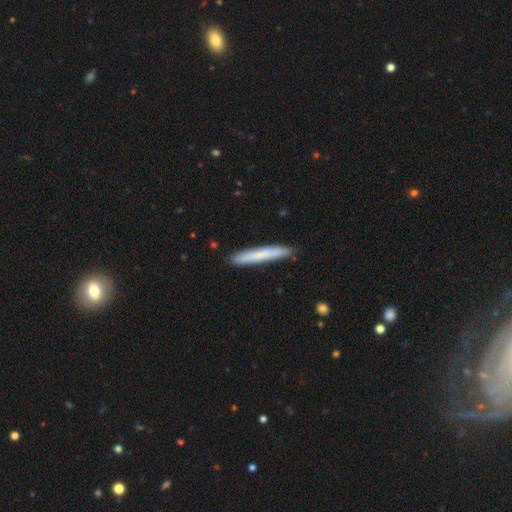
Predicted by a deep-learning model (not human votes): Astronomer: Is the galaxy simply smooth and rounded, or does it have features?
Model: smooth — 71%.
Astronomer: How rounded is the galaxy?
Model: cigar-shaped — 96%.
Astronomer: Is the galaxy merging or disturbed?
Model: none — 90%.